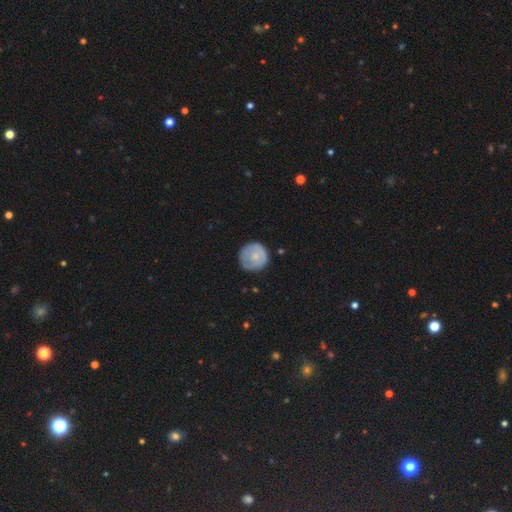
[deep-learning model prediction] A smooth galaxy with no disk features (61%) that is round (94%).

Vote fractions:
- Smooth or featured? smooth: 61% / featured or disk: 33% / star or artifact: 6%
- How rounded? round: 94% / in between: 5% / cigar-shaped: 1%
- Merging? none: 77% / minor disturbance: 17% / major disturbance: 4% / merger: 1%